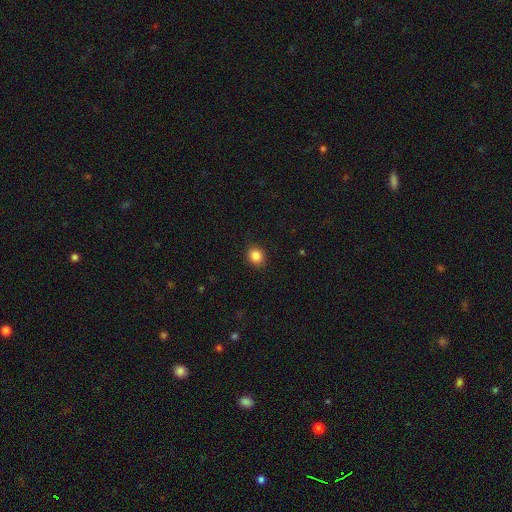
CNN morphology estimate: A smooth galaxy with no disk features (86%) that is round (75%). Merging: none (90%).